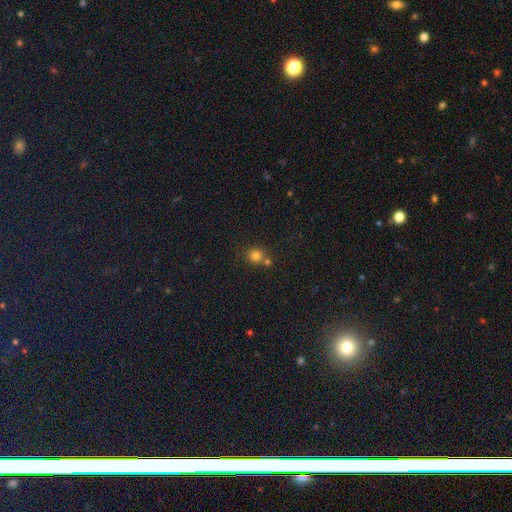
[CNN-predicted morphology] smooth_or_featured: smooth (p=0.79) [alt: star or artifact p=0.15]
how_rounded: round (p=0.89) [alt: in between p=0.10]
merging: none (p=0.61) [alt: merger p=0.29]